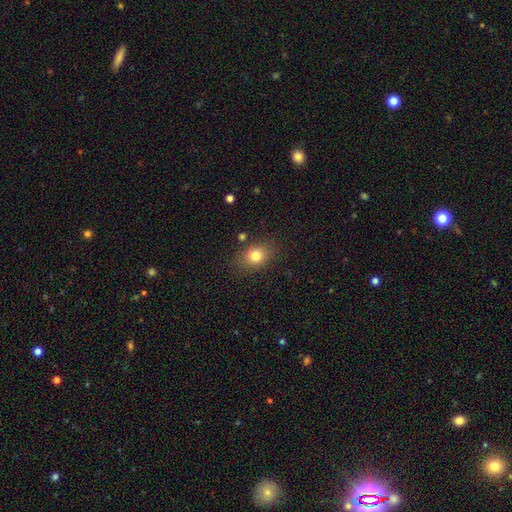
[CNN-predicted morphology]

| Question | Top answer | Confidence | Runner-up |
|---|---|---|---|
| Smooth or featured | smooth | 79% | star or artifact (11%) |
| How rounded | in between | 53% | round (45%) |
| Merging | none | 81% | minor disturbance (12%) |